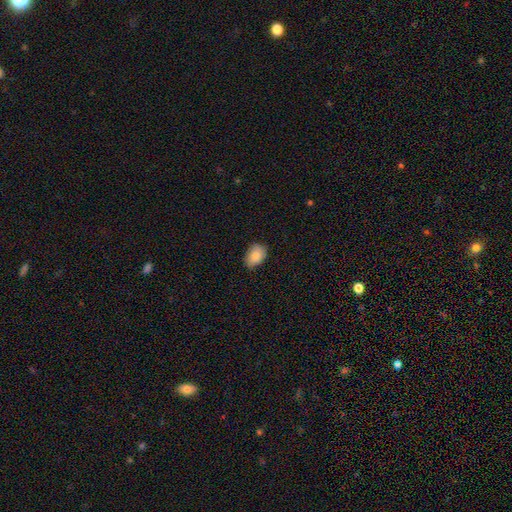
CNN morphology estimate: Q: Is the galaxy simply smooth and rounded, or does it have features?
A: smooth — 86%.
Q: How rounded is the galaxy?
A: in between — 80%.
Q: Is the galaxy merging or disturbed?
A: none — 77%.